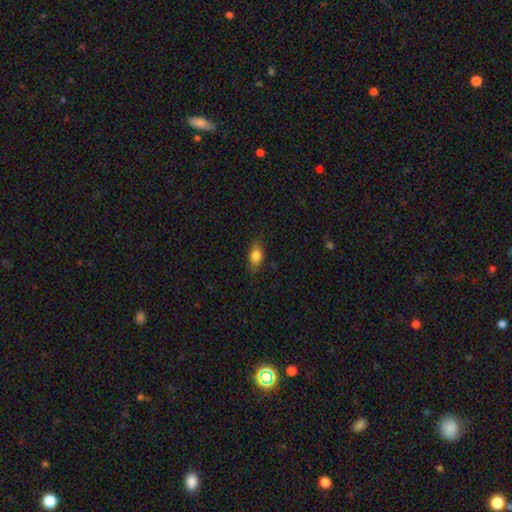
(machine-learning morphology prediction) type=smooth (81%); roundness=in between (81%); merging=none (79%).